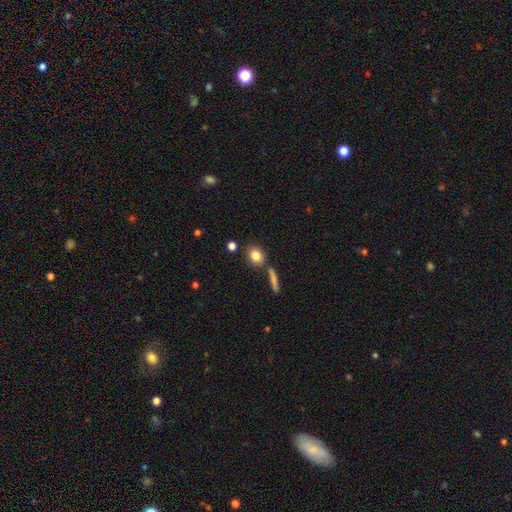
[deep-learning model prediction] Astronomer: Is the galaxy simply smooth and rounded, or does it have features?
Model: smooth — 83%.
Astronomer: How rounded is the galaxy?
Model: round — 53% (runner-up: in between, 43%).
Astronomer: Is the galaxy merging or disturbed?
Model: none — 76%.